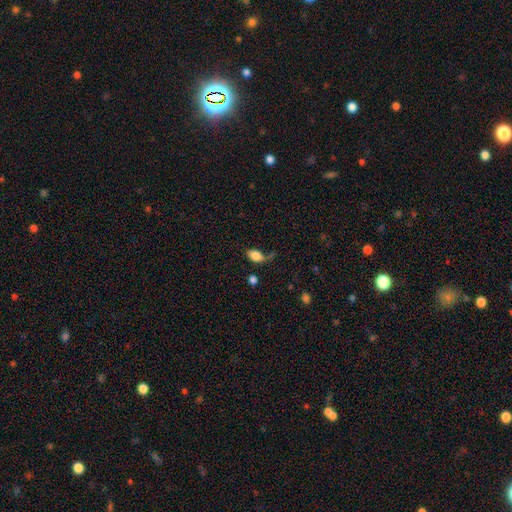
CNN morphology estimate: This is clearly a smooth galaxy (82%). How rounded: clearly in between (89%). Merging: possibly none (49%).